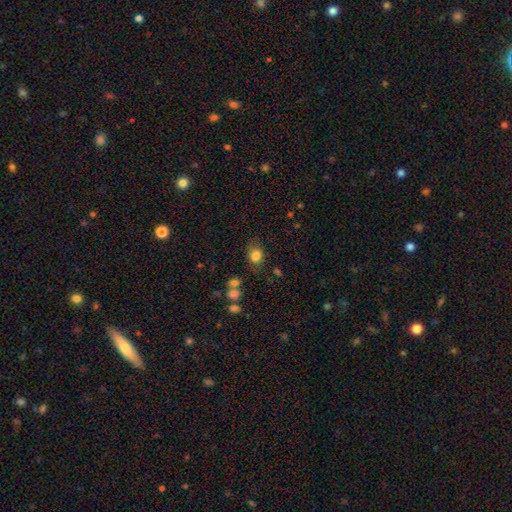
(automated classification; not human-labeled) This appears to be a smooth galaxy with no disk features (81%) that is in between round and cigar-shaped (53%). Merging: none (75%).